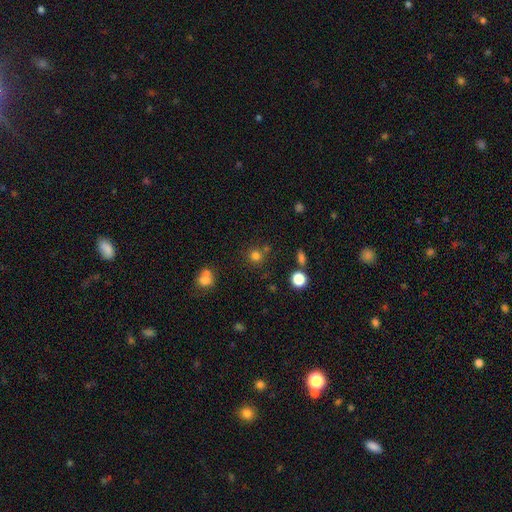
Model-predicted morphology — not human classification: Smooth or featured?
  - smooth: 76% *
  - star or artifact: 18%
  - featured or disk: 7%
How rounded?
  - round: 90% *
  - in between: 9%
  - cigar-shaped: 1%
Merging?
  - none: 69% *
  - merger: 17%
  - minor disturbance: 10%
  - major disturbance: 4%